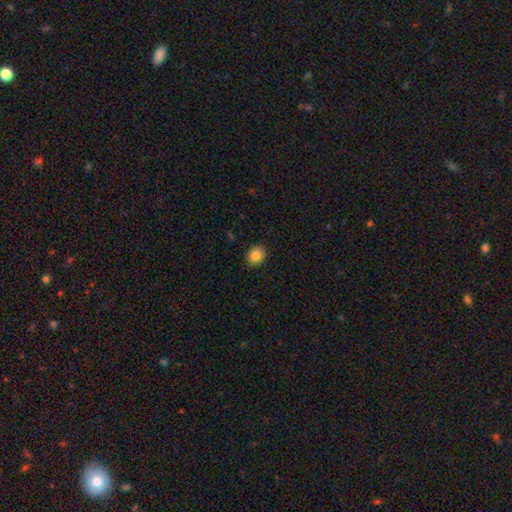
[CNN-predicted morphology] A smooth galaxy with no disk features (84%) that is round (68%). Merging: none (90%).